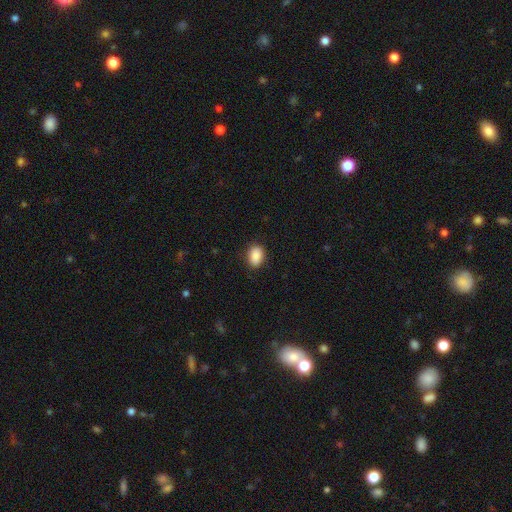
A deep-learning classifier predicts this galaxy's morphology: smooth_or_featured: smooth (p=0.89) [alt: star or artifact p=0.07]
how_rounded: in between (p=0.83) [alt: round p=0.15]
merging: none (p=0.86) [alt: minor disturbance p=0.11]